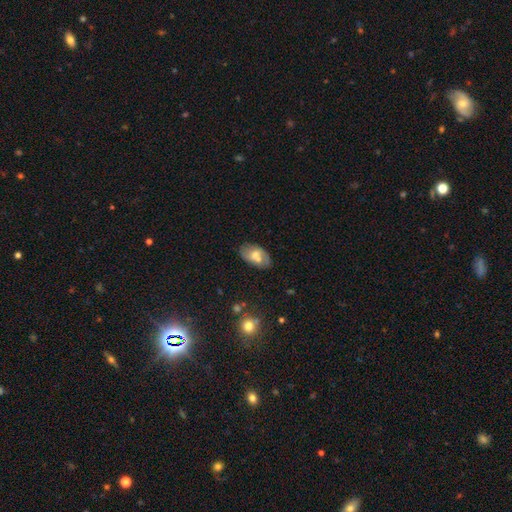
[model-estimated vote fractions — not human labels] This appears to be a smooth galaxy with no disk features (55%) that is in between round and cigar-shaped (91%). Merging: none (57%).